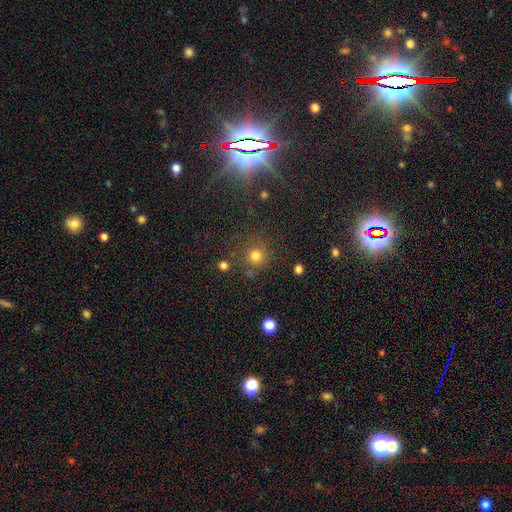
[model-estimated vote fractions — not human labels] The model was most divided on "smooth or featured": smooth: 75%, star or artifact: 18%, featured or disk: 7%. More confident: how rounded — round (92%); merging — none (75%).